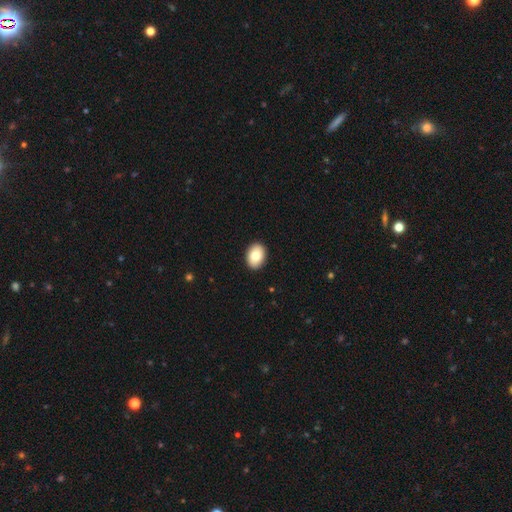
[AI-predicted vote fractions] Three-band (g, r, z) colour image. It shows a smooth galaxy with no disk features (80%) that is in between round and cigar-shaped (80%). Merging: none (91%).